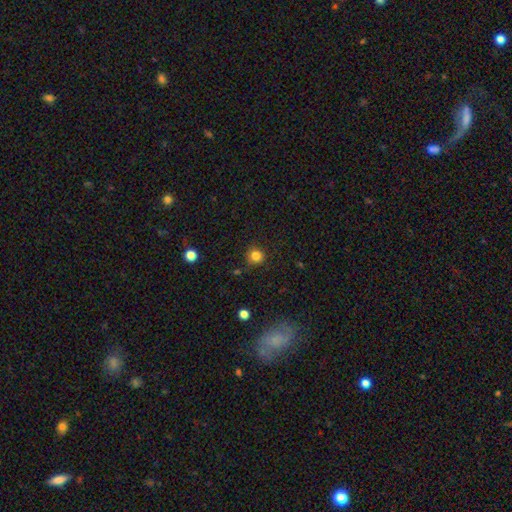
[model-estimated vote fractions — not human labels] The model was most divided on "smooth or featured": smooth: 83%, star or artifact: 13%, featured or disk: 5%. More confident: how rounded — round (92%); merging — none (85%).